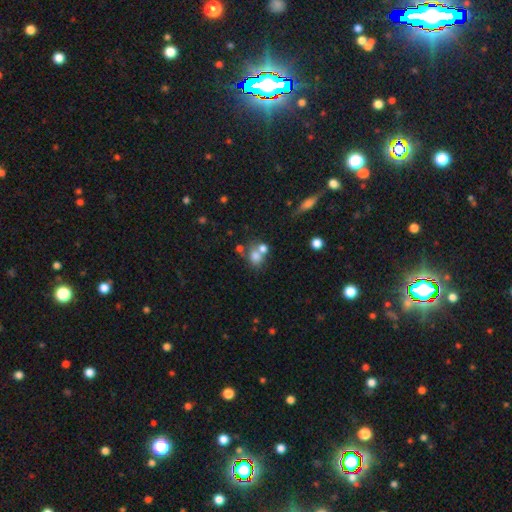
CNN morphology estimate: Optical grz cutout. It shows a smooth galaxy with no disk features (73%) that is round (61%). Merging: merger (45%).